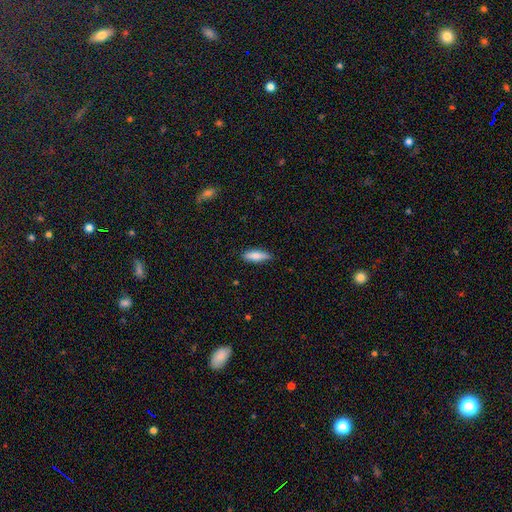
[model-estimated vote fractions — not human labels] Smooth or featured?
  - smooth: 81% *
  - featured or disk: 13%
  - star or artifact: 6%
How rounded?
  - in between: 53% *
  - cigar-shaped: 45%
  - round: 2%
Merging?
  - none: 85% *
  - minor disturbance: 12%
  - major disturbance: 2%
  - merger: 1%